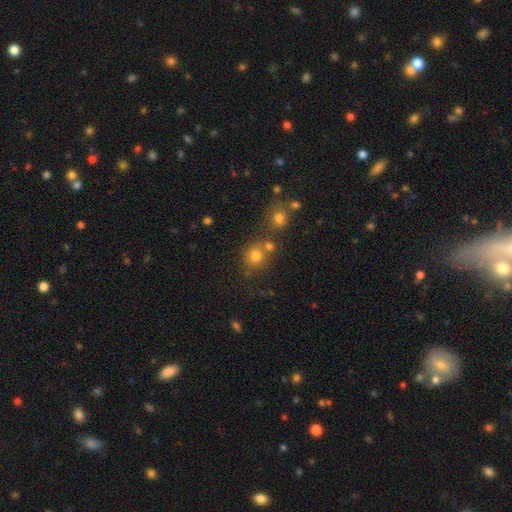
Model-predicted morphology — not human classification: This appears to be a smooth galaxy with no disk features (75%) that is round (87%). Merging: none (61%).